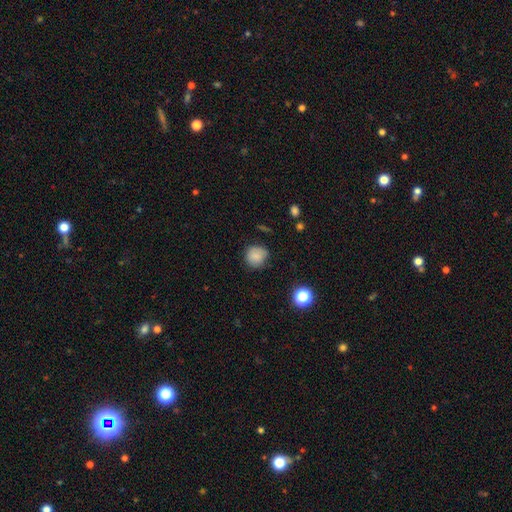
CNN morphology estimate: Smooth or featured? smooth (84%)
How rounded? round (84%)
Merging? none (75%)